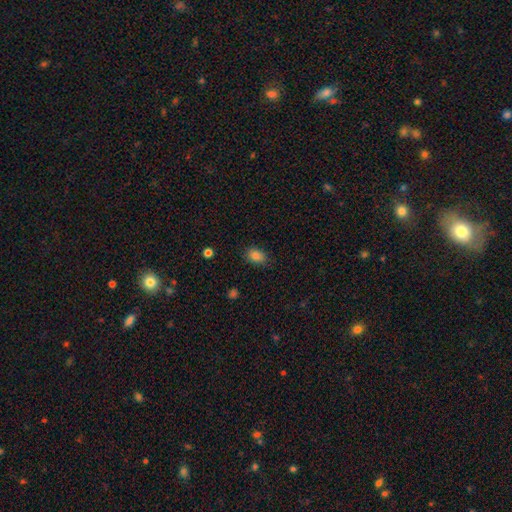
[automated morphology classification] type=smooth (85%); roundness=in between (80%); merging=none (83%).